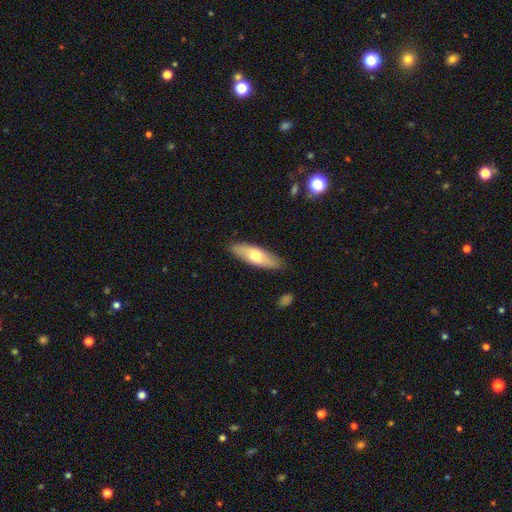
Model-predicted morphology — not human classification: A smooth galaxy with no disk features (61%) that is in between round and cigar-shaped (53%). Merging: none (86%).